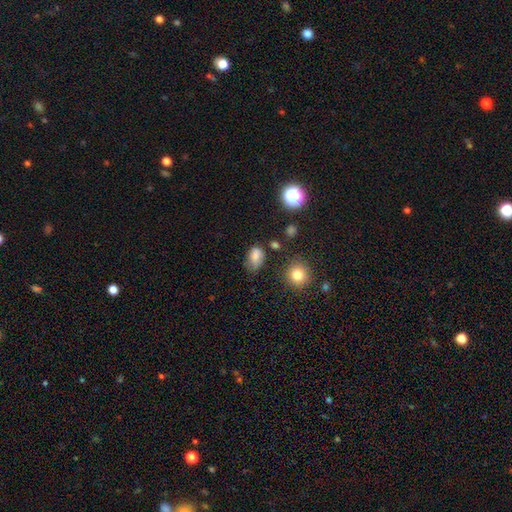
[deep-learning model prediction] Morphology: type=smooth (78%); roundness=in between (80%); merging=none (58%).